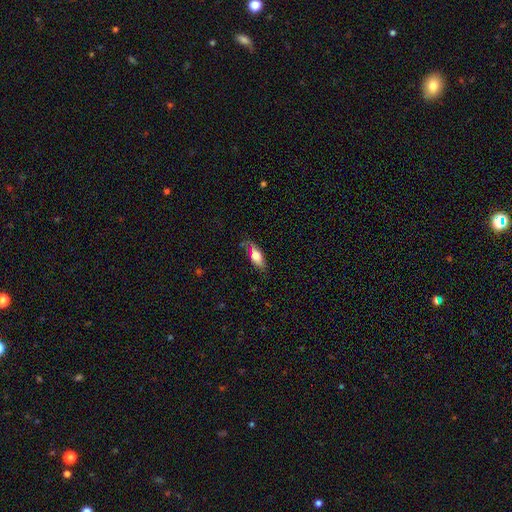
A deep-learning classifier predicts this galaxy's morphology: This appears to be a smooth galaxy with no disk features (67%) that is in between round and cigar-shaped (73%). Merging: none (59%).